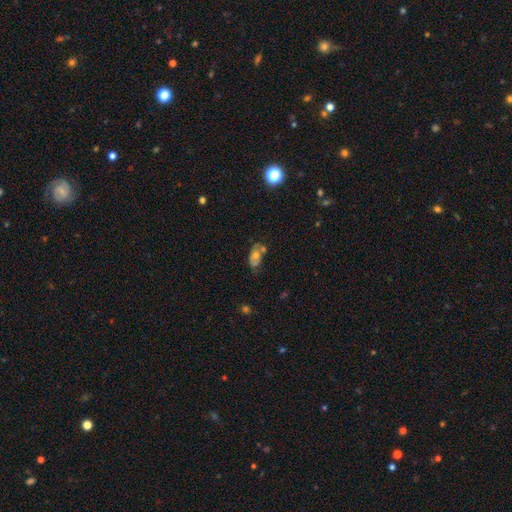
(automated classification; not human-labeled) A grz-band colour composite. It shows a smooth galaxy with no disk features (46%). Merging: none (48%).